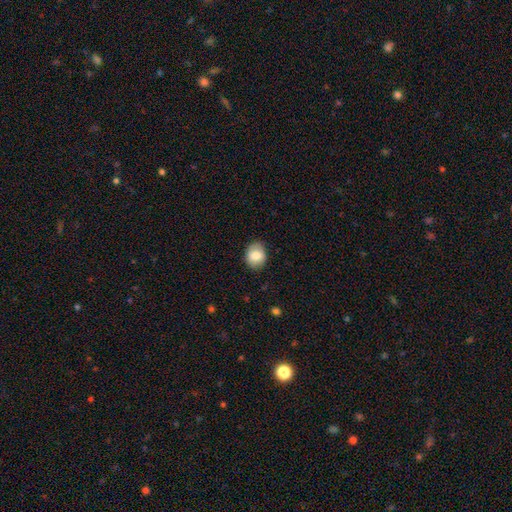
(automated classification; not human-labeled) Morphology: type=smooth (81%); roundness=in between (52%); merging=none (82%).